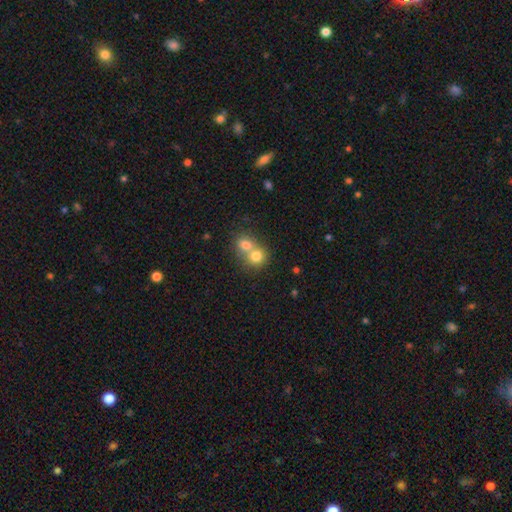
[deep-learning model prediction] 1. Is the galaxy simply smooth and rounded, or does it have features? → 74% smooth, 16% featured or disk, 10% star or artifact.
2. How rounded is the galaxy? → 74% round, 26% in between, 1% cigar-shaped.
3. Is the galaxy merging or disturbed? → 67% merger, 26% none, 5% minor disturbance, 2% major disturbance.